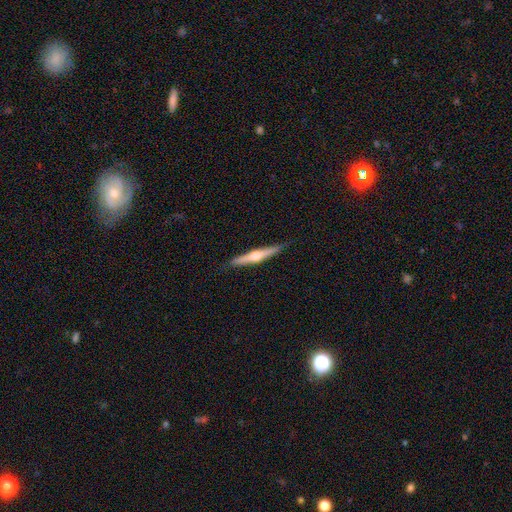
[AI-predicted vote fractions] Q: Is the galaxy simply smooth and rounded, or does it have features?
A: featured or disk — 66%.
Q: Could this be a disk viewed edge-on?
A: yes — 98%.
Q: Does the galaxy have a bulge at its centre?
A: rounded — 91%.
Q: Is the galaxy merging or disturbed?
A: none — 88%.